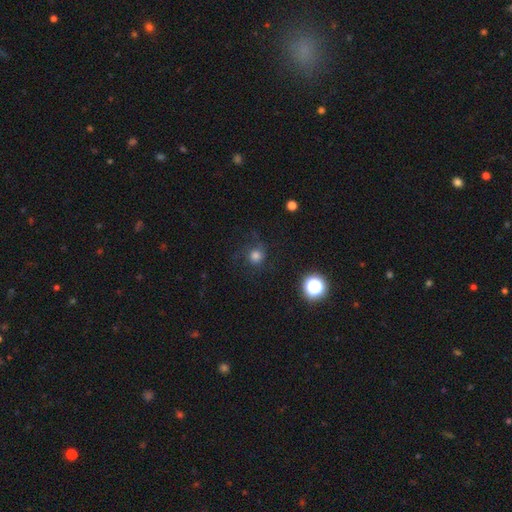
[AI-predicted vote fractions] Smooth or featured? Predicted: smooth (p=0.70). How rounded? Predicted: round (p=0.90). Merging? Predicted: none (p=0.68).